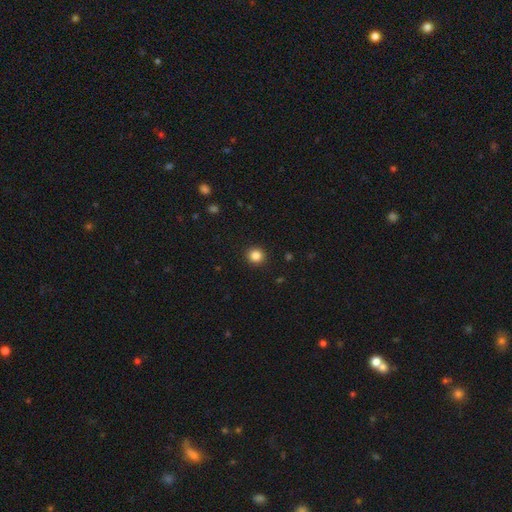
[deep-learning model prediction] A smooth galaxy with no disk features (85%) that is round (93%). Merging: none (93%).